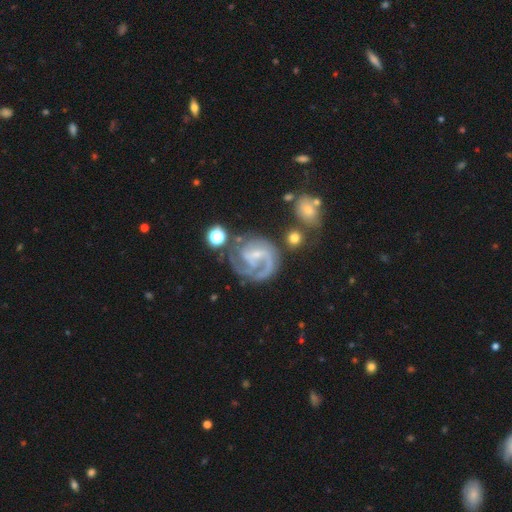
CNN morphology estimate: type=featured or disk (84%); edge-on=no (98%); bar=weak (51%); spiral arms=yes (93%); winding=medium (44%); arm count=2 (35%); bulge=small (65%); merging=none (51%).